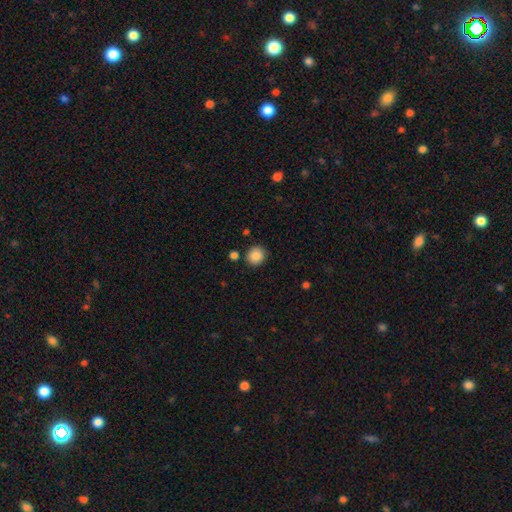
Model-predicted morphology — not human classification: Q: Smooth or featured?
A: smooth (87%); runner-up: star or artifact (9%)
Q: How rounded?
A: round (89%); runner-up: in between (10%)
Q: Merging?
A: none (87%); runner-up: minor disturbance (8%)